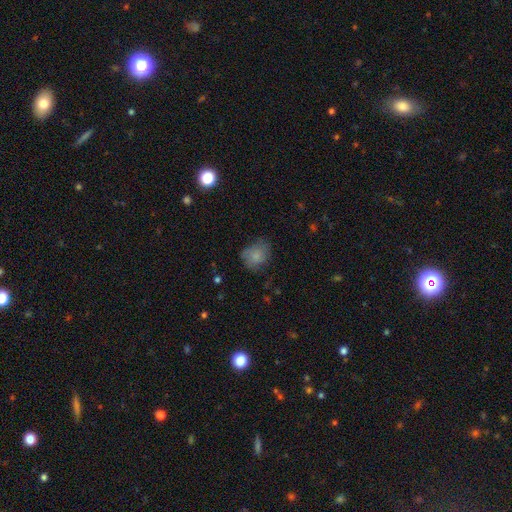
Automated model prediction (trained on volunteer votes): smooth_or_featured: smooth (p=0.76) [alt: featured or disk p=0.14]
how_rounded: round (p=0.54) [alt: in between p=0.45]
merging: none (p=0.56) [alt: minor disturbance p=0.29]